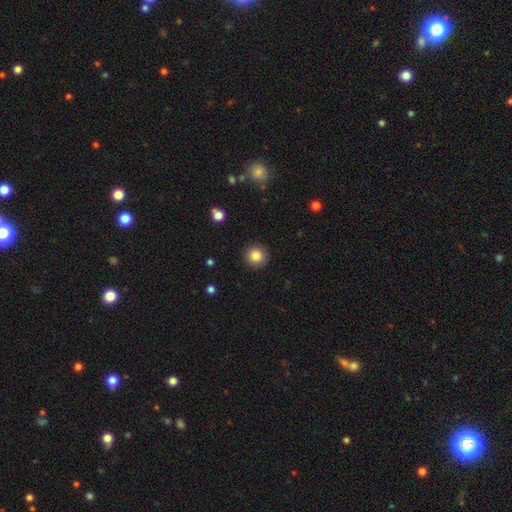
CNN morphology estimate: smooth 85%, star or artifact 10%, featured or disk 5%. Down the decision tree: how rounded — round (95%); merging — none (91%).